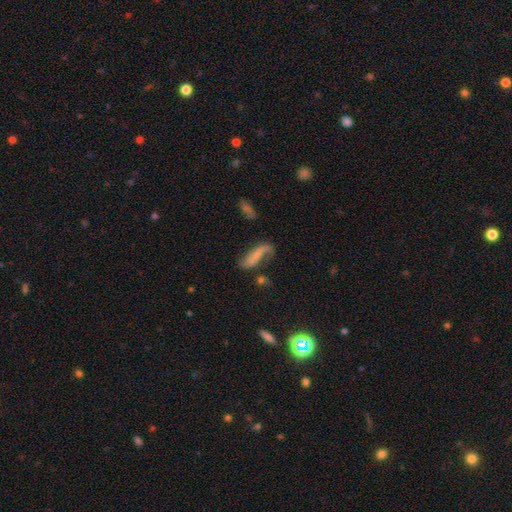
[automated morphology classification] smooth-or-featured: featured or disk: 56% | smooth: 33% | star or artifact: 11%
  disk-edge-on: no: 87% | yes: 13%
  merging: none: 43% | major disturbance: 26% | minor disturbance: 23% | merger: 8%